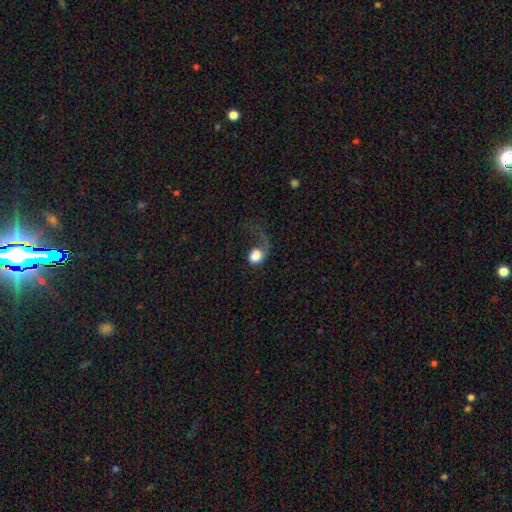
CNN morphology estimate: This is likely a smooth galaxy (61%). How rounded: likely round (66%). Merging: possibly major disturbance (57%).